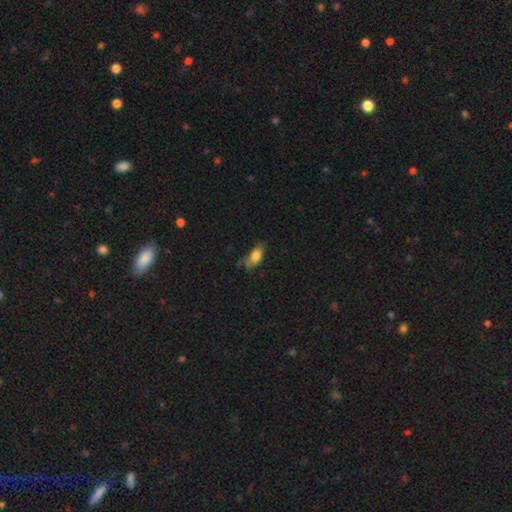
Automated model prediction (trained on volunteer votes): Q: Smooth or featured?
A: smooth (79%); runner-up: featured or disk (12%)
Q: How rounded?
A: in between (85%); runner-up: cigar-shaped (10%)
Q: Merging?
A: none (51%); runner-up: minor disturbance (34%)